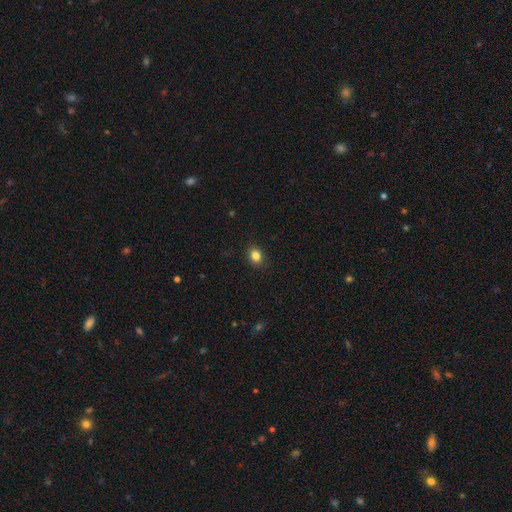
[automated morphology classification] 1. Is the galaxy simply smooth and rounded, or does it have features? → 84% smooth, 11% star or artifact, 5% featured or disk.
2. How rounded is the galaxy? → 53% round, 46% in between, 1% cigar-shaped.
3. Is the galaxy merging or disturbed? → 89% none, 8% minor disturbance, 2% major disturbance, 1% merger.